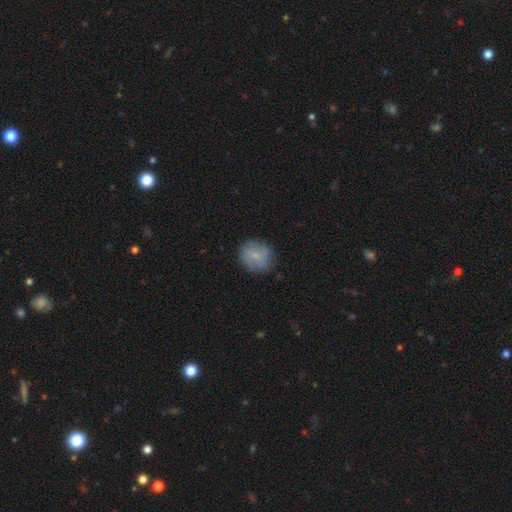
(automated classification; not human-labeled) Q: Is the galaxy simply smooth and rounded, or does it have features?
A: smooth — 60%.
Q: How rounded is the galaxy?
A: round — 76%.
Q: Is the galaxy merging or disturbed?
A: none — 77%.